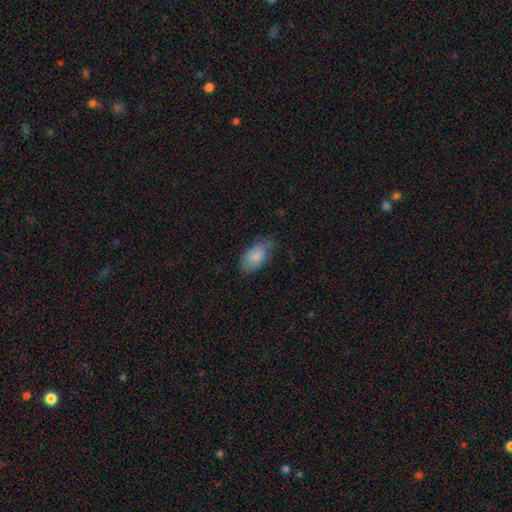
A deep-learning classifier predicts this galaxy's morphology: smooth 82%, featured or disk 11%, star or artifact 6%. Down the decision tree: how rounded — in between (94%); merging — none (56%).